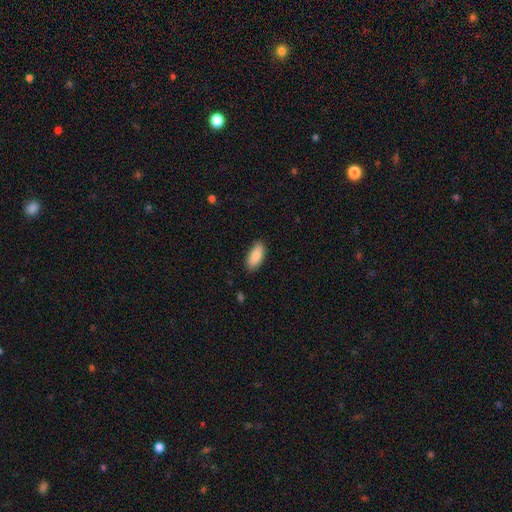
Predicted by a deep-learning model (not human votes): A smooth galaxy with no disk features (86%) that is in between round and cigar-shaped (88%).

Vote fractions:
- Smooth or featured? smooth: 86% / featured or disk: 8% / star or artifact: 6%
- How rounded? in between: 88% / cigar-shaped: 10% / round: 2%
- Merging? none: 85% / minor disturbance: 12% / major disturbance: 2% / merger: 1%